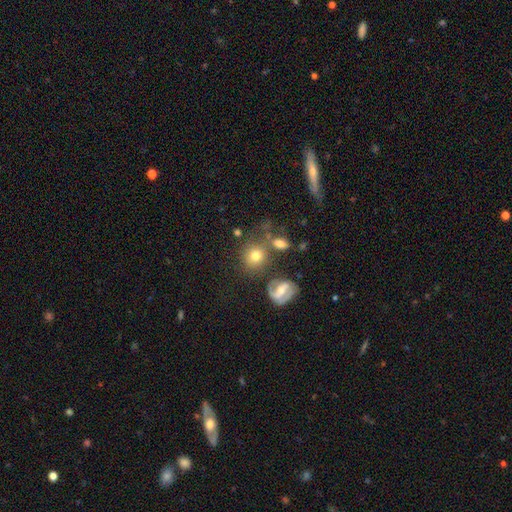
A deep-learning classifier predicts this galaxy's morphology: This appears to be a smooth galaxy with no disk features (69%) that is round (78%). Merging: none (61%).